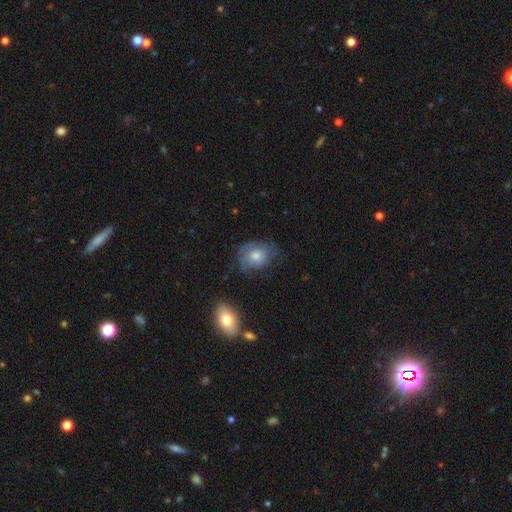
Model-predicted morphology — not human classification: smooth-or-featured: smooth: 49% | featured or disk: 41% | star or artifact: 10%
  merging: none: 58% | minor disturbance: 27% | major disturbance: 12% | merger: 2%